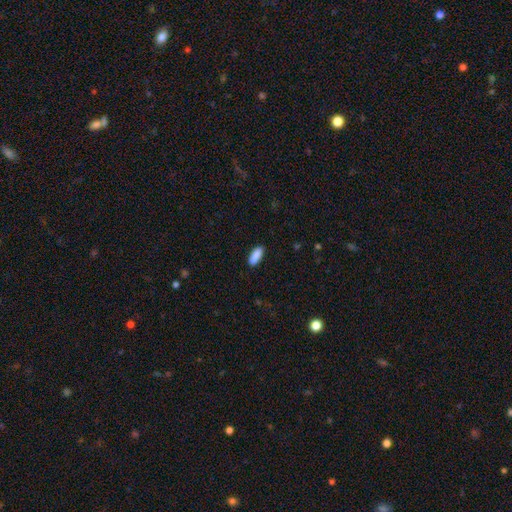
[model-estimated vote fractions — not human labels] A smooth galaxy with no disk features (90%) that is in between round and cigar-shaped (74%). Merging: none (89%).